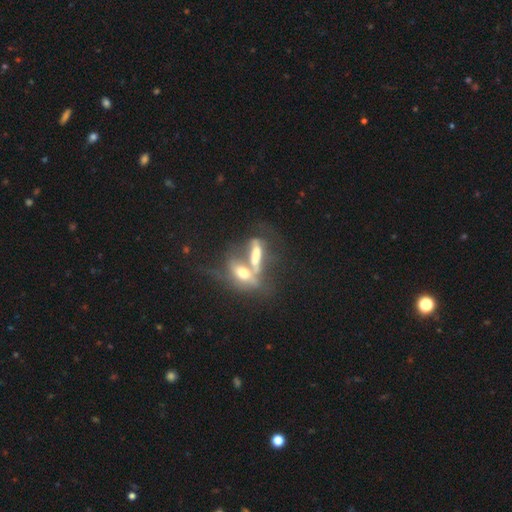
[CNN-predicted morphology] A featured or disk galaxy (48%).

Vote fractions:
- Smooth or featured? featured or disk: 48% / smooth: 42% / star or artifact: 10%
- Merging? merger: 65% / none: 18% / major disturbance: 9% / minor disturbance: 7%